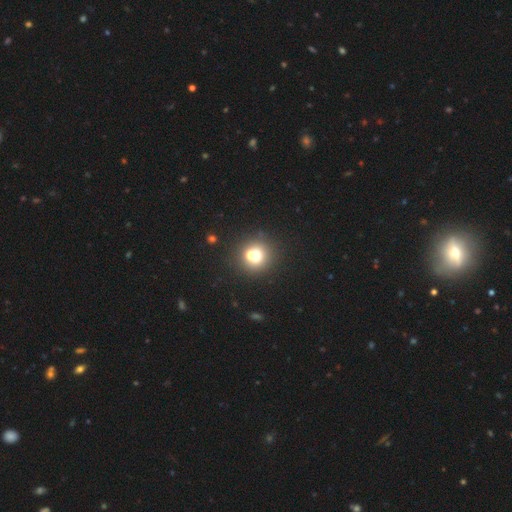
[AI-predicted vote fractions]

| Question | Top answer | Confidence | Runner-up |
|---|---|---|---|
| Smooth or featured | smooth | 65% | featured or disk (20%) |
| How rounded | round | 88% | in between (11%) |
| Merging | none | 52% | merger (37%) |